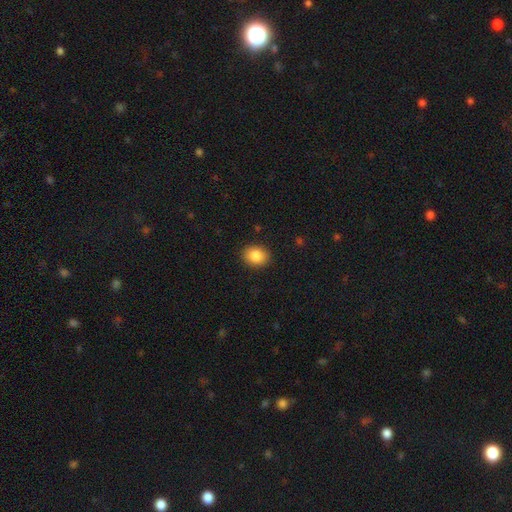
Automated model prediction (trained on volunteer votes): Morphology: type=smooth (86%); roundness=round (51%); merging=none (90%).